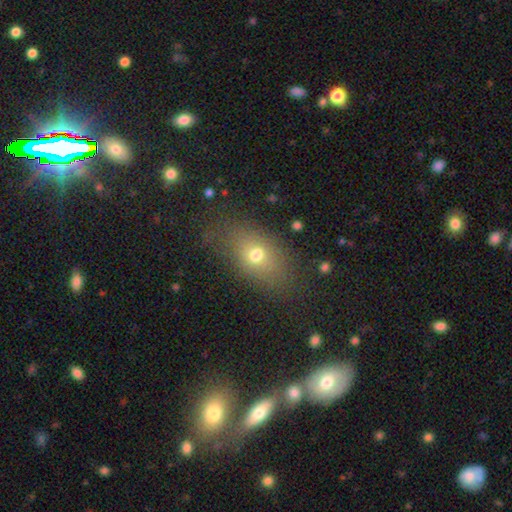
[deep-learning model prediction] smooth_or_featured: smooth (p=0.67) [alt: featured or disk p=0.19]
how_rounded: in between (p=0.78) [alt: round p=0.18]
merging: none (p=0.71) [alt: minor disturbance p=0.17]